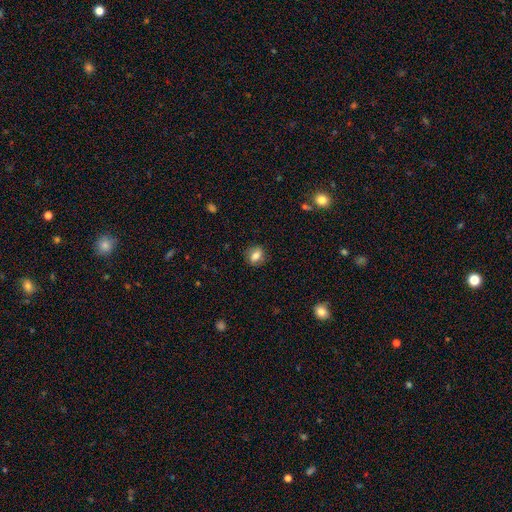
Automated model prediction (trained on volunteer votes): Q: Smooth or featured?
A: smooth (75%); runner-up: featured or disk (16%)
Q: How rounded?
A: in between (54%); runner-up: round (44%)
Q: Merging?
A: none (82%); runner-up: minor disturbance (13%)